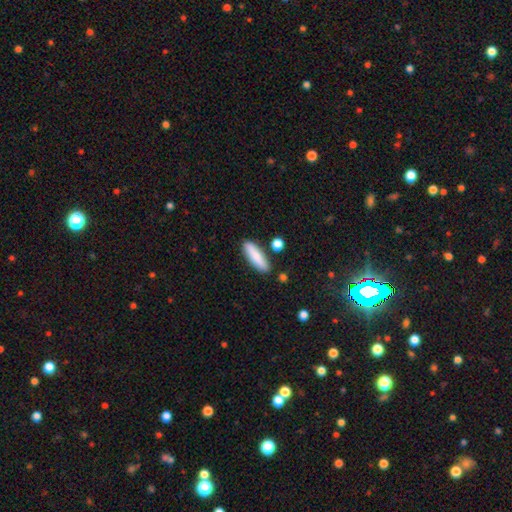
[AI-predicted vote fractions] smooth_or_featured: smooth (p=0.84) [alt: featured or disk p=0.10]
how_rounded: cigar-shaped (p=0.62) [alt: in between p=0.36]
merging: none (p=0.85) [alt: minor disturbance p=0.09]